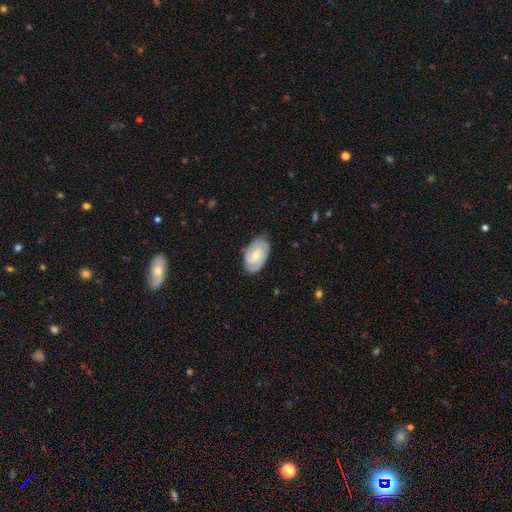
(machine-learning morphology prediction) This is likely a featured or disk galaxy (69%). It is clearly not viewed edge-on (96%). Bar: possibly no (57%). Spiral arm pattern: clearly yes (92%). Spiral arm count: possibly 2 (50%). Spiral winding: likely tight (60%). Central bulge: possibly small (47%). Merging: likely none (78%).